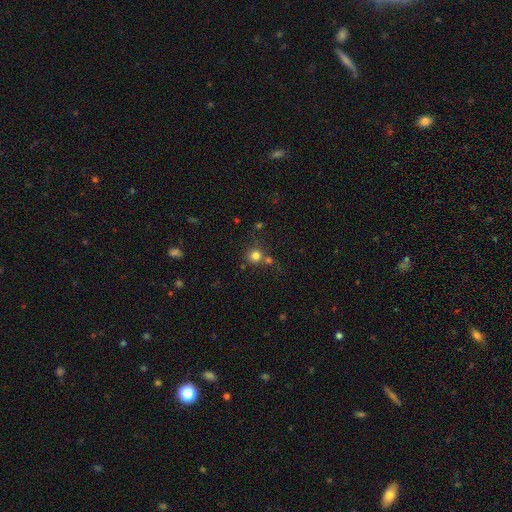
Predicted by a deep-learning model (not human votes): smooth-or-featured: smooth: 78% | star or artifact: 14% | featured or disk: 8%
  how-rounded: round: 90% | in between: 9% | cigar-shaped: 1%
  merging: none: 59% | merger: 25% | minor disturbance: 10% | major disturbance: 5%